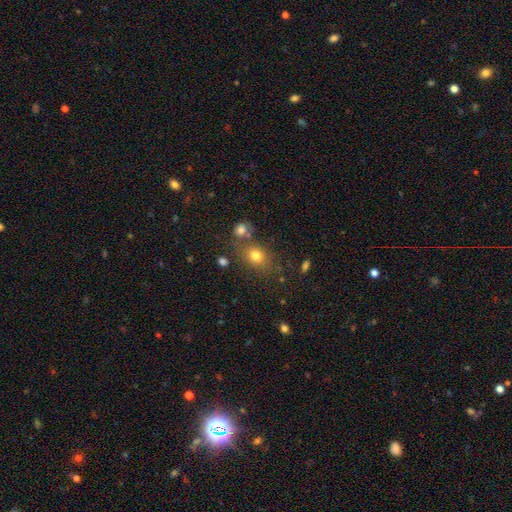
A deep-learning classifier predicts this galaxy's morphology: Q: Smooth or featured?
A: smooth (76%); runner-up: star or artifact (14%)
Q: How rounded?
A: round (52%); runner-up: in between (47%)
Q: Merging?
A: none (65%); runner-up: merger (16%)